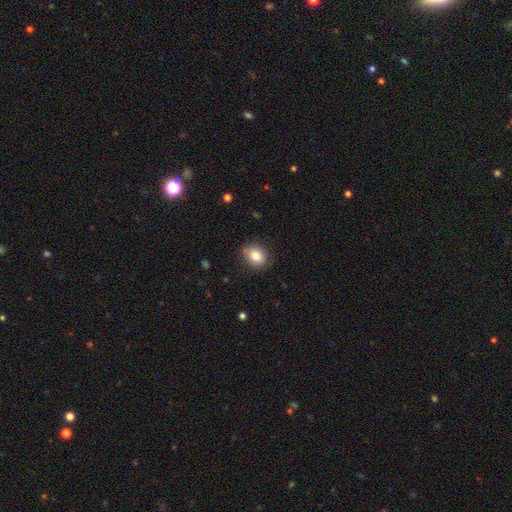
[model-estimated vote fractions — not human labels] A smooth galaxy with no disk features (82%) that is round (62%). Merging: none (85%).